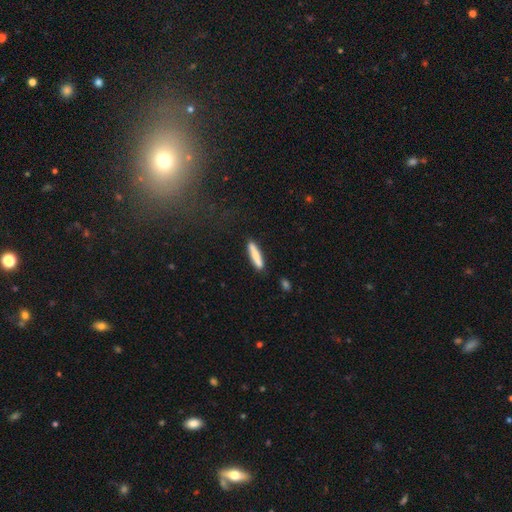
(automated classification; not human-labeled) The model was most divided on "smooth or featured": smooth: 80%, featured or disk: 15%, star or artifact: 6%. More confident: how rounded — cigar-shaped (89%); merging — none (87%).